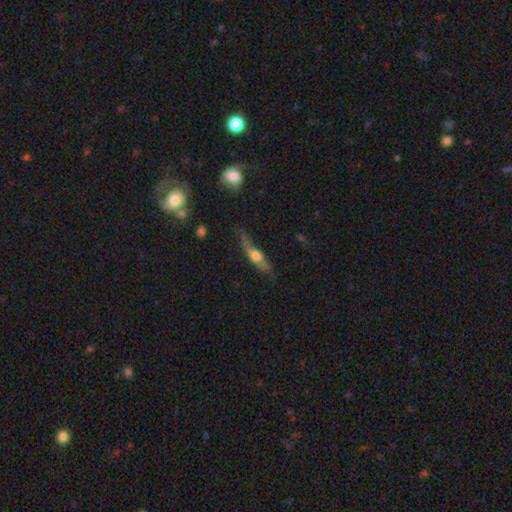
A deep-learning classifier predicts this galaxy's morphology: smooth_or_featured: featured or disk (p=0.48) [alt: smooth p=0.45]
merging: none (p=0.56) [alt: minor disturbance p=0.29]